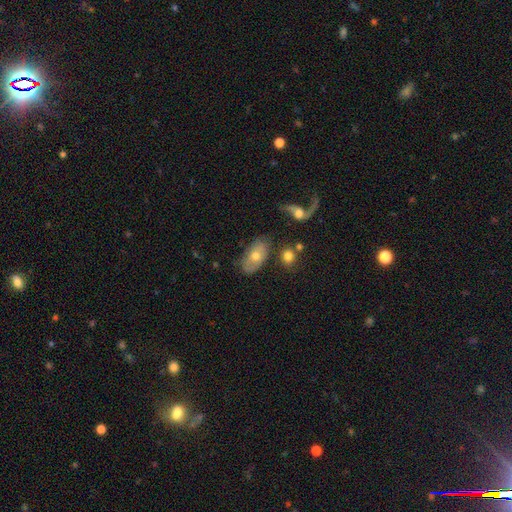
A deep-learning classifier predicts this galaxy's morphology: A smooth galaxy with no disk features (52%) that is in between round and cigar-shaped (90%).

Vote fractions:
- Smooth or featured? smooth: 52% / featured or disk: 40% / star or artifact: 9%
- How rounded? in between: 90% / round: 7% / cigar-shaped: 3%
- Merging? none: 63% / minor disturbance: 21% / major disturbance: 8% / merger: 7%